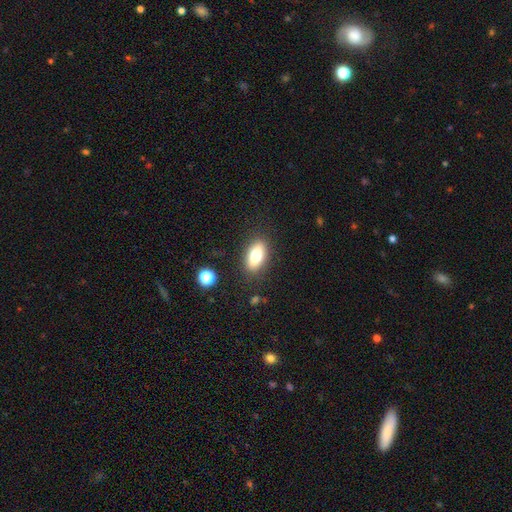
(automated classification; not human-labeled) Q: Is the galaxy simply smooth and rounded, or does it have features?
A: smooth — 76%.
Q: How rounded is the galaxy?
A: in between — 86%.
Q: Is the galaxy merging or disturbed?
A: none — 86%.